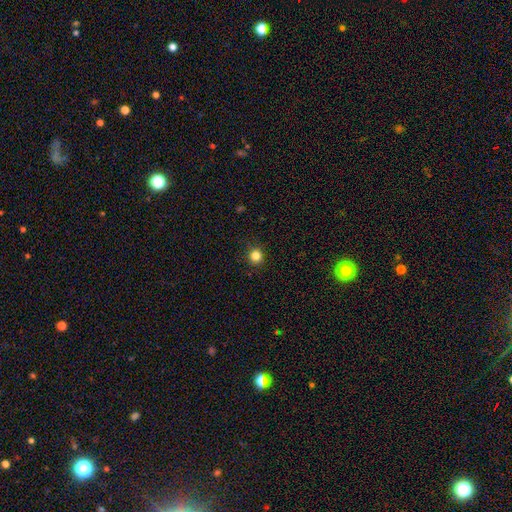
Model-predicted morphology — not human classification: A smooth galaxy with no disk features (83%) that is round (94%).

Vote fractions:
- Smooth or featured? smooth: 83% / star or artifact: 12% / featured or disk: 4%
- How rounded? round: 94% / in between: 5% / cigar-shaped: 1%
- Merging? none: 91% / minor disturbance: 6% / major disturbance: 2% / merger: 1%